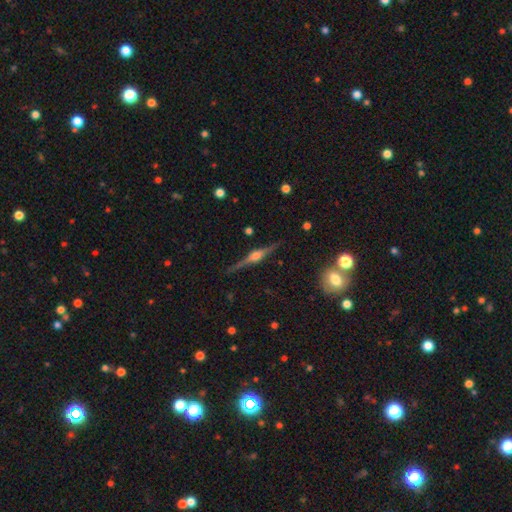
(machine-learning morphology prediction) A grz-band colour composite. It shows a featured or disk galaxy (86%) viewed edge-on (98%) with a rounded central bulge (87%). Merging: none (89%).